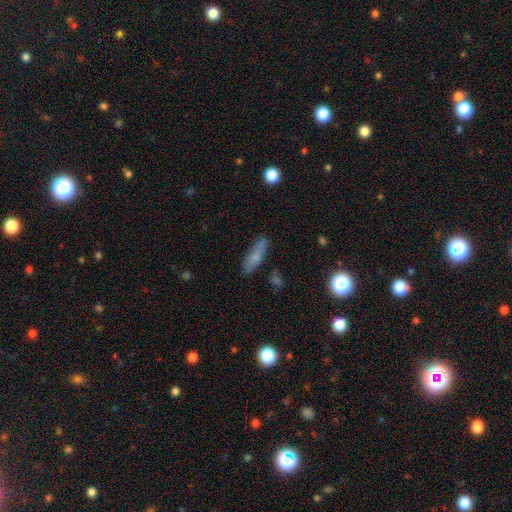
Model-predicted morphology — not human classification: Smooth or featured? smooth (70%)
How rounded? cigar-shaped (64%)
Merging? none (81%)